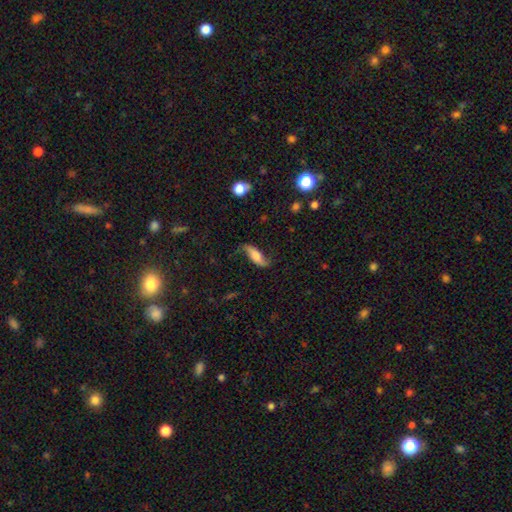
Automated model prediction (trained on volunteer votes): This is possibly a featured or disk galaxy (55%). It is clearly not viewed edge-on (82%). Merging: likely none (68%).